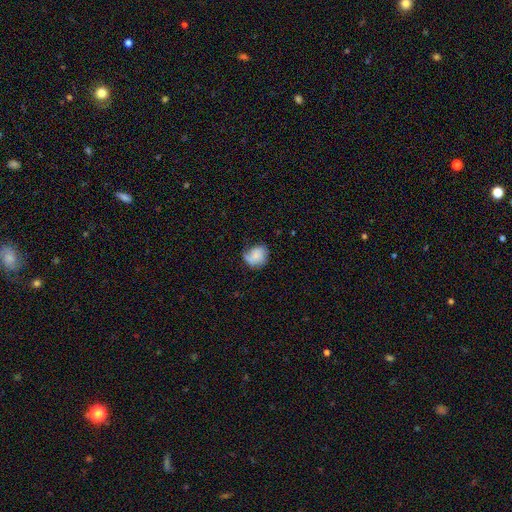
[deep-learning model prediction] Morphology: type=smooth (65%); roundness=round (59%); merging=none (45%).